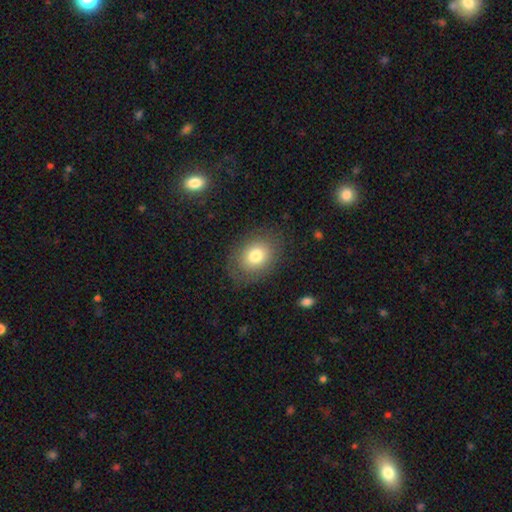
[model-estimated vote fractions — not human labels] This is likely a smooth galaxy (76%). How rounded: likely in between (61%). Merging: clearly none (80%).